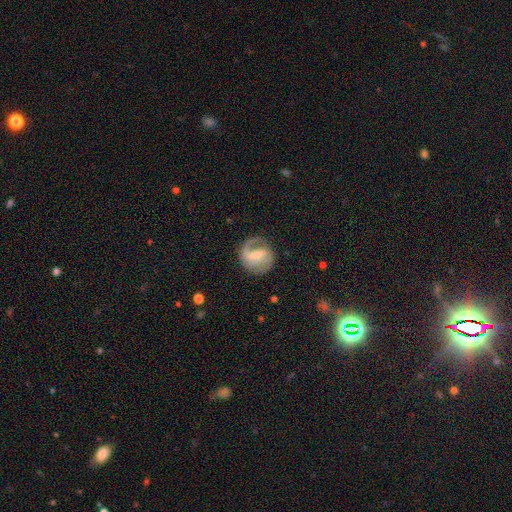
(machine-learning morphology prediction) smooth_or_featured: featured or disk (p=0.81) [alt: smooth p=0.13]
disk_edge_on: no (p=0.98) [alt: yes p=0.02]
bar: weak (p=0.50) [alt: strong p=0.35]
has_spiral_arms: yes (p=0.94) [alt: no p=0.06]
spiral_winding: medium (p=0.50) [alt: loose p=0.28]
spiral_arm_count: 2 (p=0.68) [alt: 1 p=0.21]
bulge_size: small (p=0.53) [alt: moderate p=0.29]
merging: none (p=0.70) [alt: minor disturbance p=0.17]